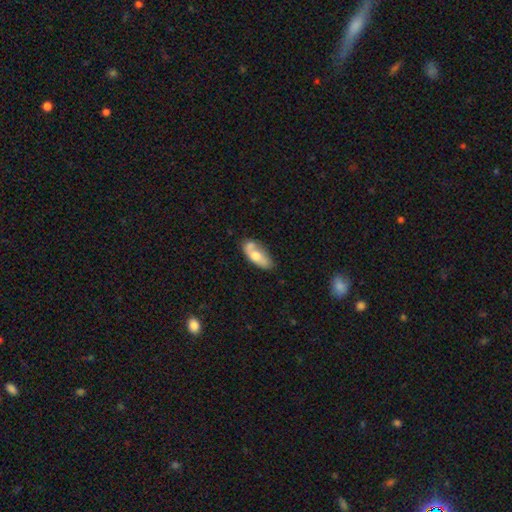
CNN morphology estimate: smooth_or_featured: smooth (p=0.62) [alt: featured or disk p=0.31]
how_rounded: in between (p=0.82) [alt: cigar-shaped p=0.15]
merging: none (p=0.44) [alt: minor disturbance p=0.25]